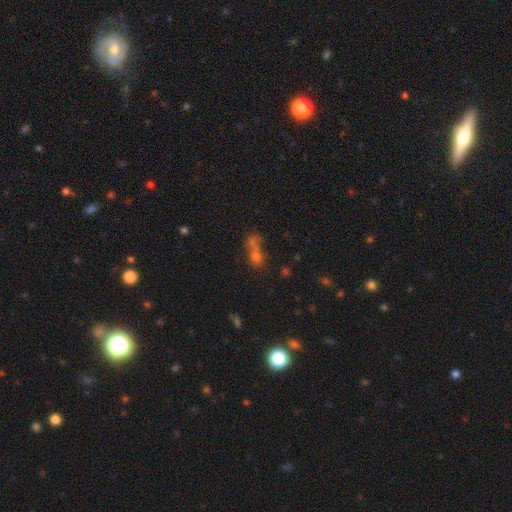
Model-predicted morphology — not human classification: Q: Smooth or featured?
A: smooth (57%); runner-up: star or artifact (27%)
Q: How rounded?
A: round (62%); runner-up: in between (33%)
Q: Merging?
A: merger (48%); runner-up: none (34%)